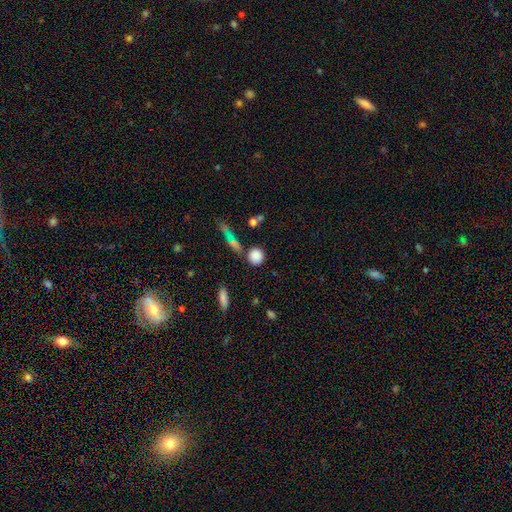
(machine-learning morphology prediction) smooth 84%, star or artifact 10%, featured or disk 6%. Down the decision tree: how rounded — round (90%); merging — none (77%).